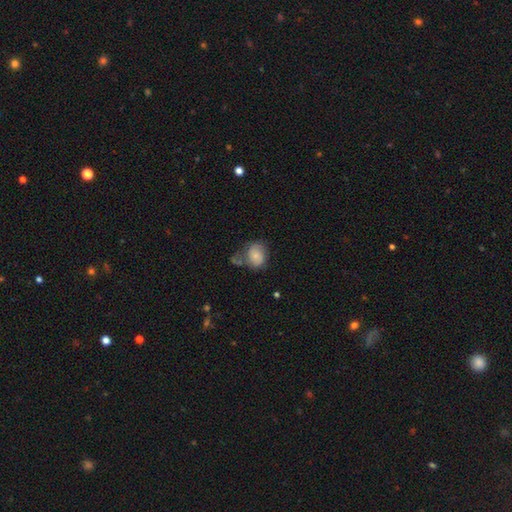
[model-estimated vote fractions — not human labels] The model was most divided on "how rounded": in between: 50%, round: 49%, cigar-shaped: 1%. Remaining: smooth or featured — smooth (69%); merging — none (41%).